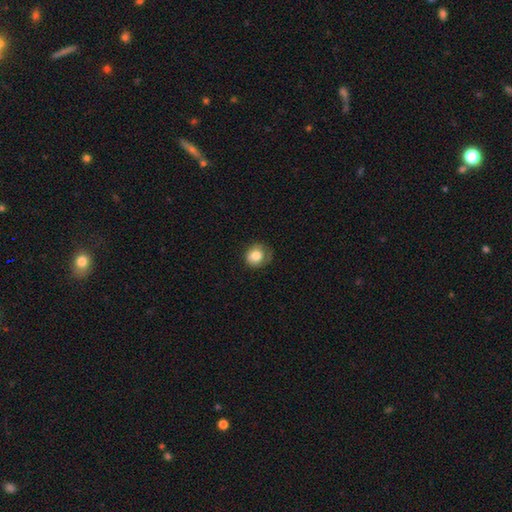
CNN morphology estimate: type=smooth (78%); roundness=round (77%); merging=none (59%).